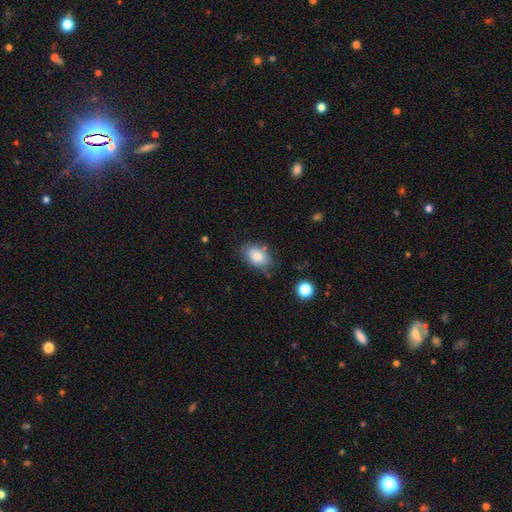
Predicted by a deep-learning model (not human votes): Smooth or featured? smooth (81%)
How rounded? in between (87%)
Merging? none (71%)